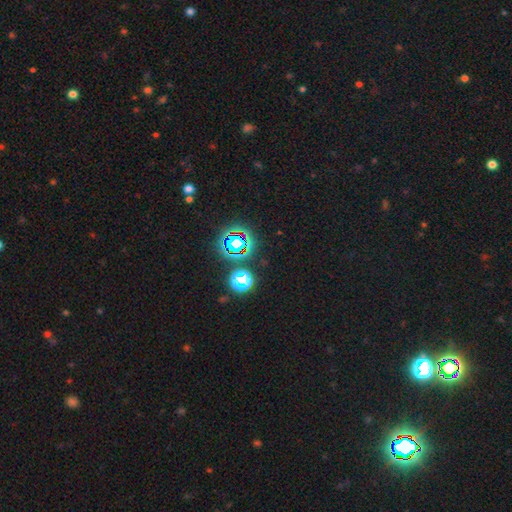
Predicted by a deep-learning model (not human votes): Q: Smooth or featured?
A: star or artifact (74%); runner-up: smooth (17%)